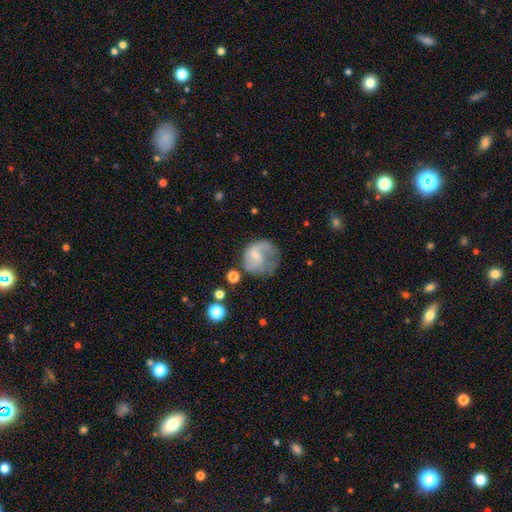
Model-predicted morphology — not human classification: Smooth or featured? featured or disk (57%)
Edge-on disk? no (98%)
Bar? no (54%)
Spiral arms? yes (78%)
Bulge size? small (60%)
Merging? none (40%)